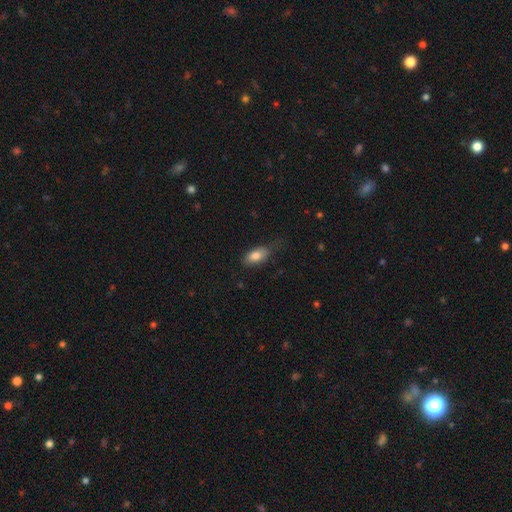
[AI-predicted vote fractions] Overall: smooth (81%). How rounded: in between (87%). Merging: none (61%; minor disturbance 28%).